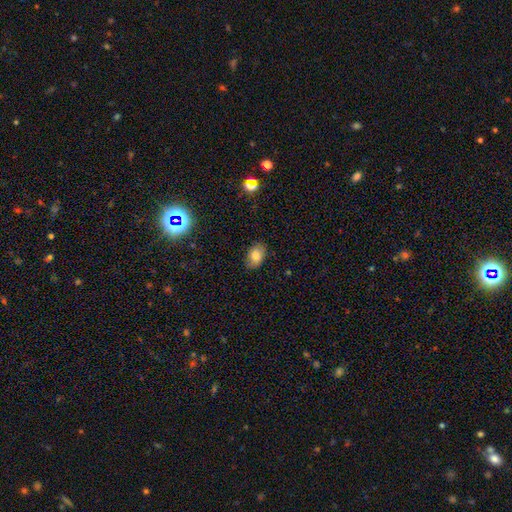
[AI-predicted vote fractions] The model was most divided on "how rounded": in between: 83%, round: 16%, cigar-shaped: 1%. More confident: merging — none (84%); smooth or featured — smooth (81%).